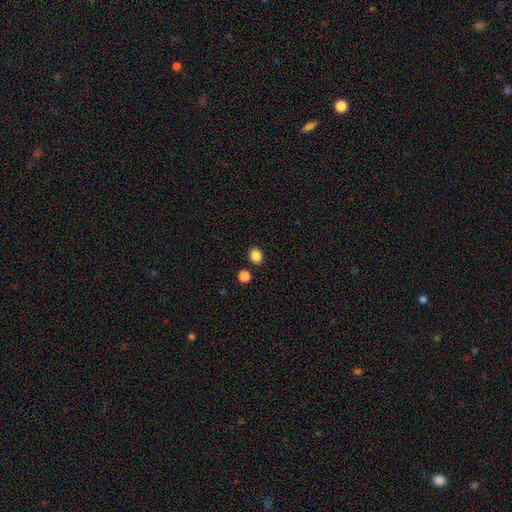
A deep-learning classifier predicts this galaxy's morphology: Overall: smooth (86%). How rounded: round (57%; in between 42%). Merging: none (86%).